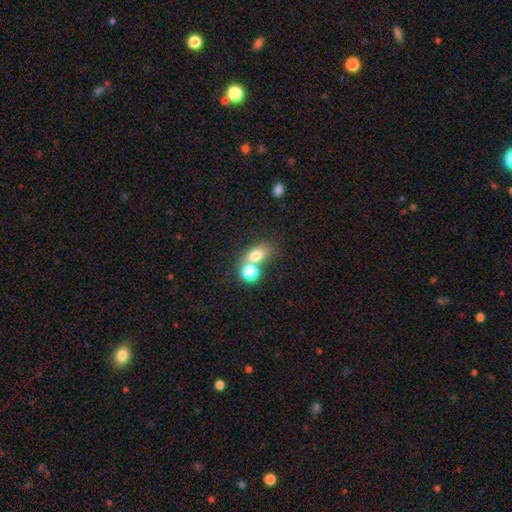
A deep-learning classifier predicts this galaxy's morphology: smooth-or-featured: smooth: 74% | star or artifact: 14% | featured or disk: 12%
  how-rounded: in between: 61% | round: 37% | cigar-shaped: 2%
  merging: none: 46% | merger: 39% | minor disturbance: 9% | major disturbance: 5%